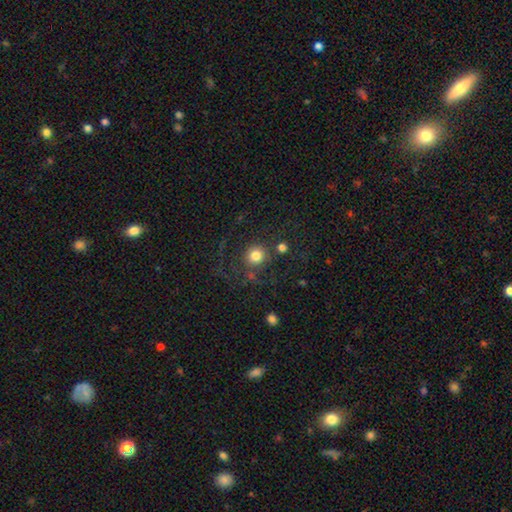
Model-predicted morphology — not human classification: Q: Smooth or featured?
A: smooth (78%); runner-up: star or artifact (13%)
Q: How rounded?
A: round (91%); runner-up: in between (8%)
Q: Merging?
A: none (71%); runner-up: minor disturbance (11%)